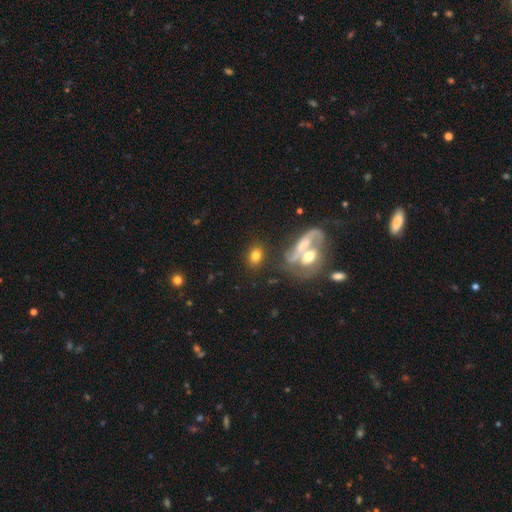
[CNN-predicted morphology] Q: Smooth or featured?
A: smooth (75%); runner-up: featured or disk (16%)
Q: How rounded?
A: in between (66%); runner-up: round (32%)
Q: Merging?
A: none (66%); runner-up: merger (15%)